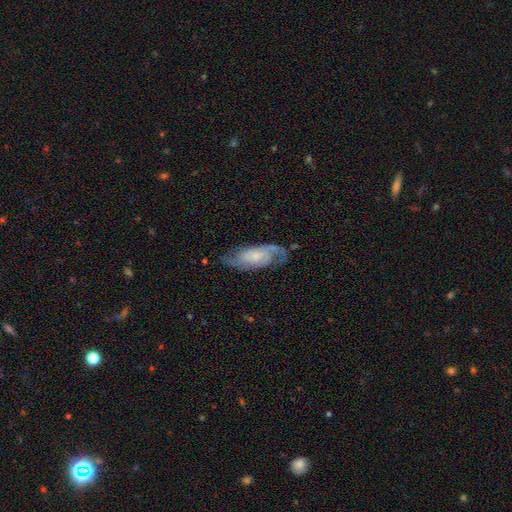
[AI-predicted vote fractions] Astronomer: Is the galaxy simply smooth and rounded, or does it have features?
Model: featured or disk — 73%.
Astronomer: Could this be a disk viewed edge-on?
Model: no — 91%.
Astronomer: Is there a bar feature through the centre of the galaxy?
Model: no — 65%.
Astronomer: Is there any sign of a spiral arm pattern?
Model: yes — 92%.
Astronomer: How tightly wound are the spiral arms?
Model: medium — 44% (runner-up: tight, 37%).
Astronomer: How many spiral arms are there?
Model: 2 — 68%.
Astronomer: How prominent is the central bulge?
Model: small — 54%.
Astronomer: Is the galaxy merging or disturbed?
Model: none — 68%.